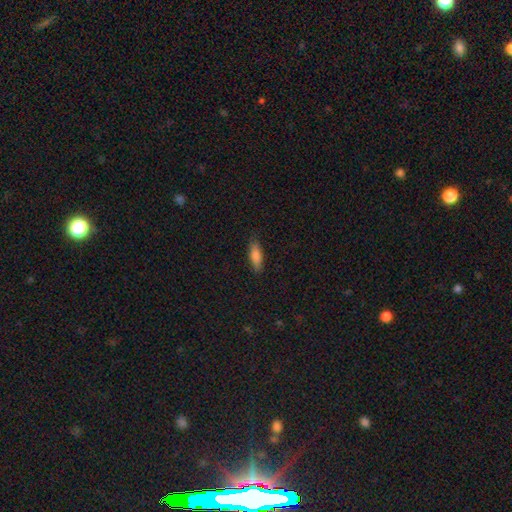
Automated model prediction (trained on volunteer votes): Smooth or featured? Predicted: smooth (p=0.82). How rounded? Predicted: in between (p=0.58). Merging? Predicted: none (p=0.85).